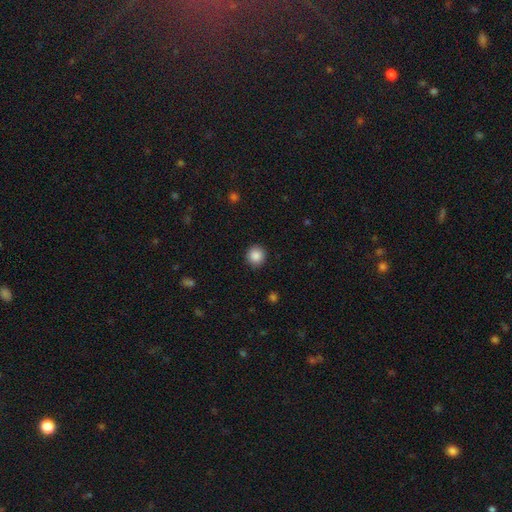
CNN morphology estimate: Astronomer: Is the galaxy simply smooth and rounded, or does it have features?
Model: smooth — 88%.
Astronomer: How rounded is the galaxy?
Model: round — 94%.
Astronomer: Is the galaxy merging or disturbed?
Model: none — 91%.